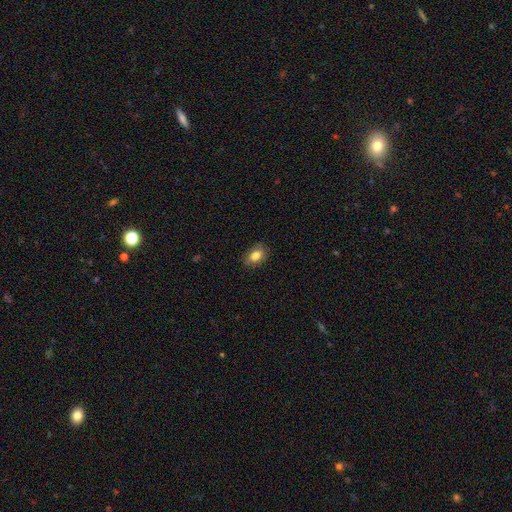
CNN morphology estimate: Smooth or featured?
  - smooth: 82% *
  - featured or disk: 10%
  - star or artifact: 9%
How rounded?
  - in between: 78% *
  - round: 21%
  - cigar-shaped: 1%
Merging?
  - none: 84% *
  - minor disturbance: 12%
  - major disturbance: 3%
  - merger: 1%